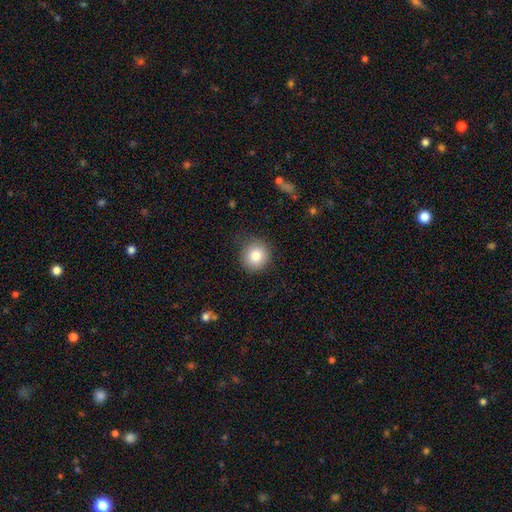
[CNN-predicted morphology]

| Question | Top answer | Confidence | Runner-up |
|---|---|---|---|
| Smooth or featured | smooth | 81% | star or artifact (10%) |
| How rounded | round | 91% | in between (8%) |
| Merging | none | 84% | minor disturbance (11%) |